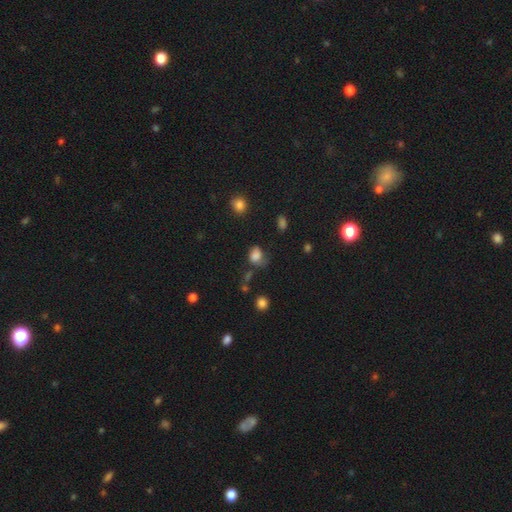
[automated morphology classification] A smooth galaxy with no disk features (78%) that is in between round and cigar-shaped (57%). Merging: none (40%).